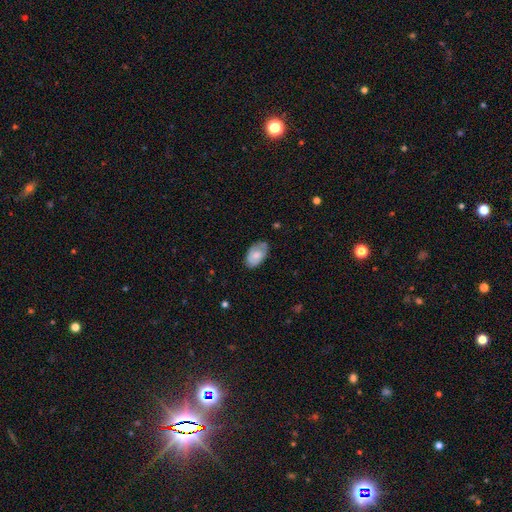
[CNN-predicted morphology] Smooth or featured: smooth — 69% (featured or disk — 24%)
How rounded: in between — 93% (round — 6%)
Merging: none — 68% (minor disturbance — 25%)